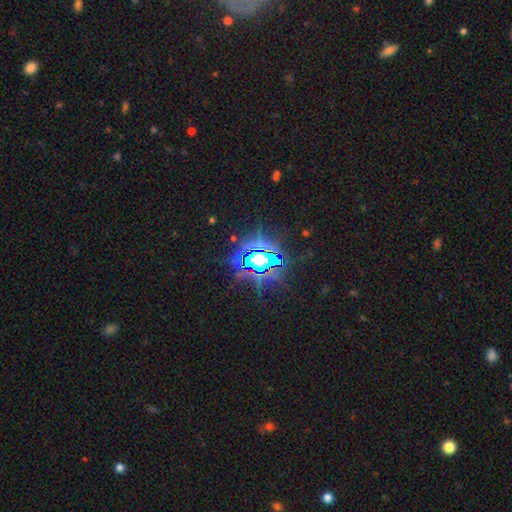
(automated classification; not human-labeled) The model was most divided on "smooth or featured": star or artifact: 83%, smooth: 10%, featured or disk: 7%.